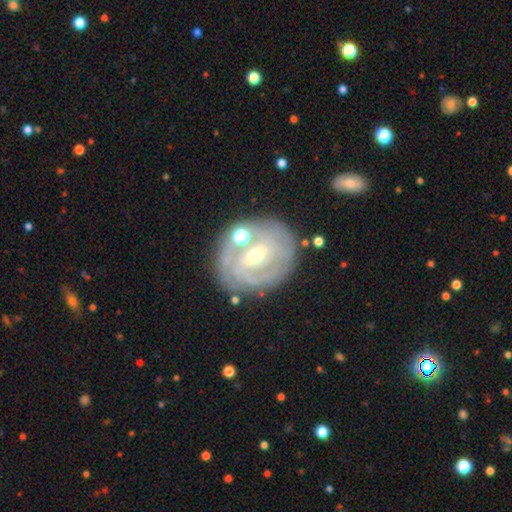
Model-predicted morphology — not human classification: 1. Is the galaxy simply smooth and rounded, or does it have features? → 81% featured or disk, 12% smooth, 7% star or artifact.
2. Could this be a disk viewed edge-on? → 96% no, 4% yes.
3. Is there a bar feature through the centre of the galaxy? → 46% weak, 30% strong, 24% no.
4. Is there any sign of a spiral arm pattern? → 83% yes, 17% no.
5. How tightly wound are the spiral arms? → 71% tight, 22% medium, 7% loose.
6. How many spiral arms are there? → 37% 2, 36% can't tell, 13% 3, 5% 1, 5% 4, 4% more than 4.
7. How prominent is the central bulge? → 52% moderate, 44% small, 2% large, 1% none, 1% dominant.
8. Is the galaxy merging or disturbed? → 73% none, 15% minor disturbance, 7% merger, 6% major disturbance.